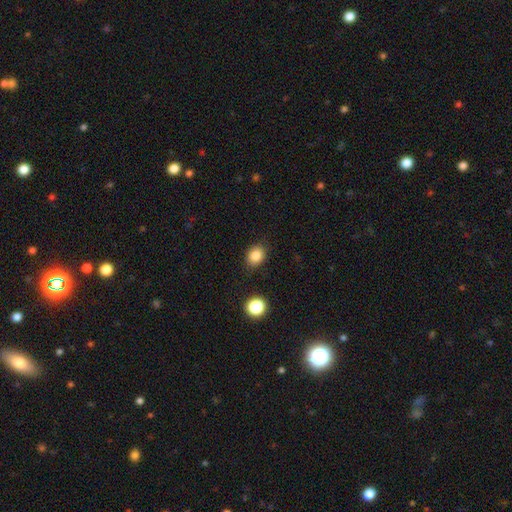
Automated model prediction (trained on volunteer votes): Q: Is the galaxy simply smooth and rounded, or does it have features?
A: smooth — 85%.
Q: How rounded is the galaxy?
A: in between — 53%.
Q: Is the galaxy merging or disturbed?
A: none — 84%.